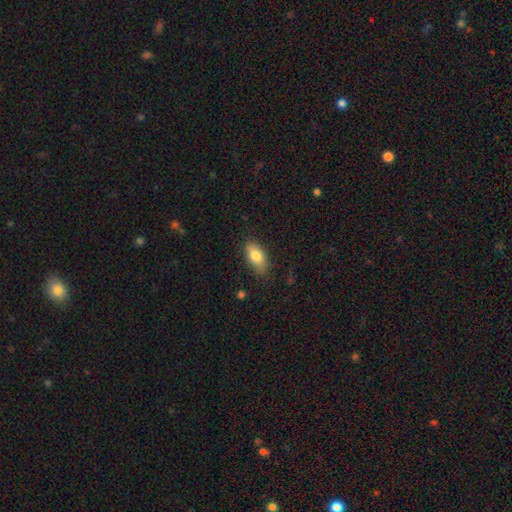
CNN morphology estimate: Q: Smooth or featured?
A: smooth (80%); runner-up: featured or disk (12%)
Q: How rounded?
A: in between (88%); runner-up: cigar-shaped (7%)
Q: Merging?
A: none (79%); runner-up: minor disturbance (16%)